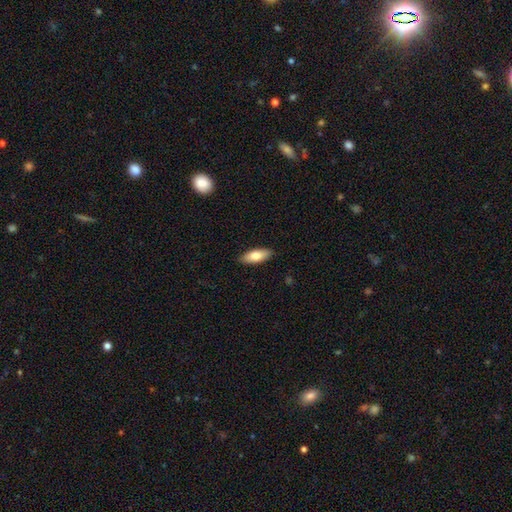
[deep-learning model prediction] Morphology: type=smooth (78%); roundness=in between (77%); merging=none (89%).